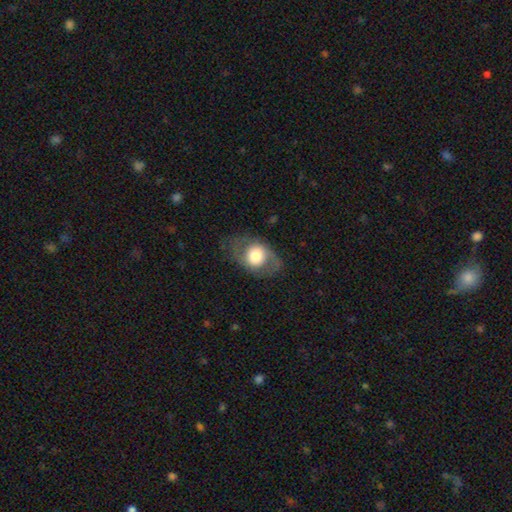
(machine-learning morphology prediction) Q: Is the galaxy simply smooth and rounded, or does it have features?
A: smooth — 49%.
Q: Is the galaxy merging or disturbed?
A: none — 65%.